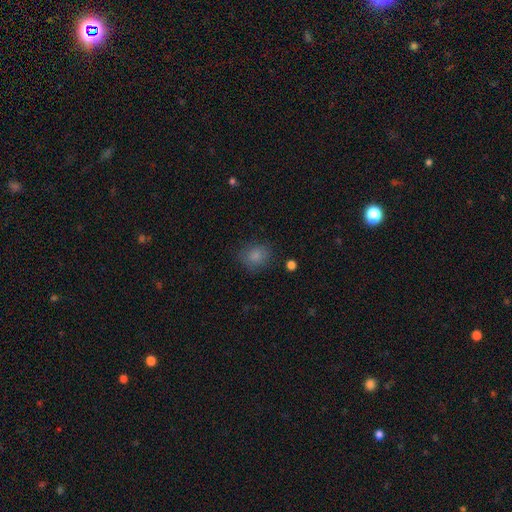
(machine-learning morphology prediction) Overall: smooth (83%). How rounded: round (72%). Merging: none (80%).